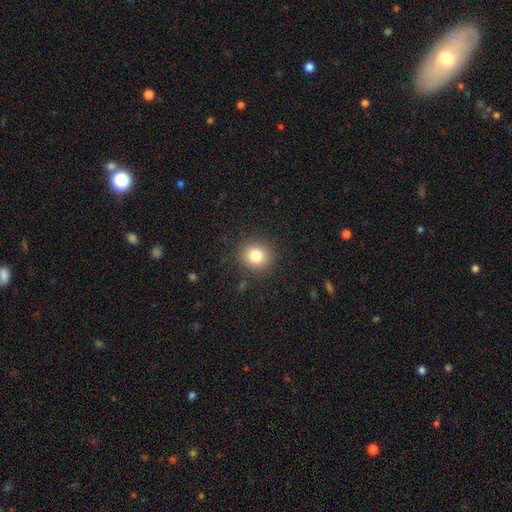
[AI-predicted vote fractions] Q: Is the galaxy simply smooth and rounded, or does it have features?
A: smooth — 81%.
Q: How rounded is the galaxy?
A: round — 85%.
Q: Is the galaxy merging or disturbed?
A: none — 89%.